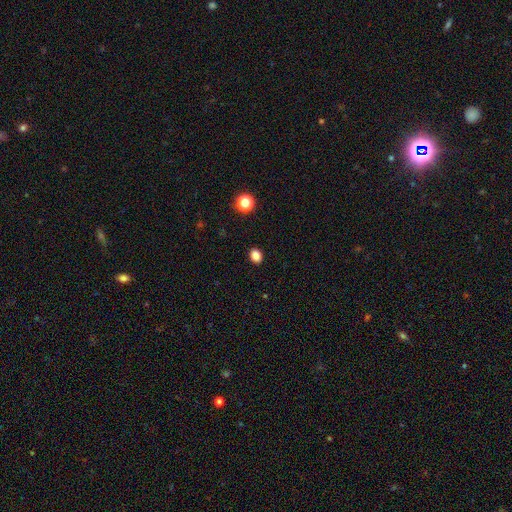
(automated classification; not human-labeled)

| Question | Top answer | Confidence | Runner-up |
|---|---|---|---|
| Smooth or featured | smooth | 85% | star or artifact (12%) |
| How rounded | in between | 57% | round (42%) |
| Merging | none | 91% | minor disturbance (6%) |